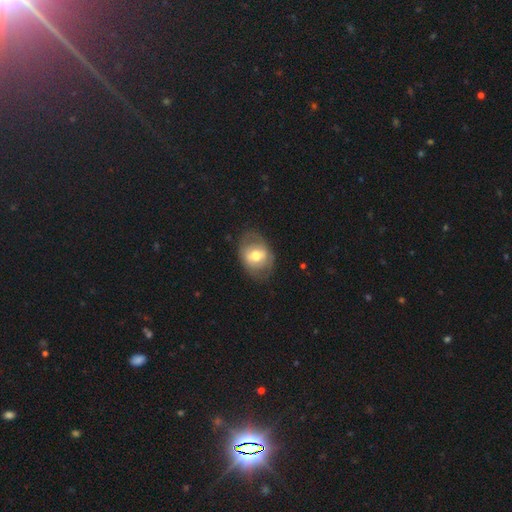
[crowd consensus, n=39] A smooth galaxy with no disk features (49%) that is in between round and cigar-shaped (79%). Merging: none (71%).